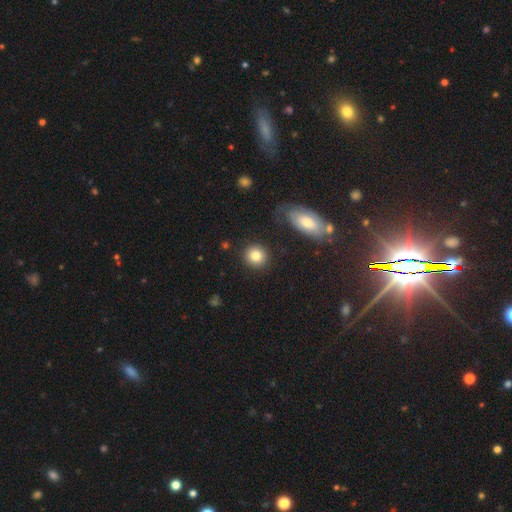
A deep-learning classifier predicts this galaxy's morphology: smooth_or_featured: smooth (p=0.83) [alt: star or artifact p=0.09]
how_rounded: round (p=0.88) [alt: in between p=0.11]
merging: none (p=0.88) [alt: minor disturbance p=0.07]